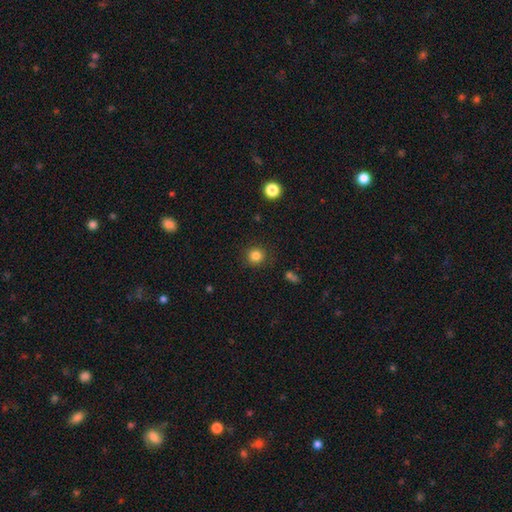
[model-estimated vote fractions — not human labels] This appears to be a smooth galaxy with no disk features (83%) that is round (92%). Merging: none (89%).